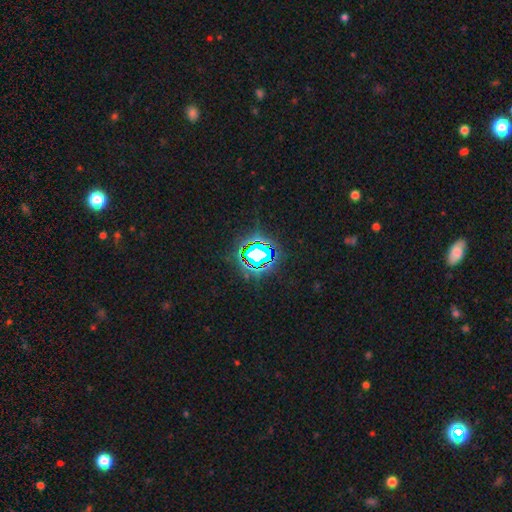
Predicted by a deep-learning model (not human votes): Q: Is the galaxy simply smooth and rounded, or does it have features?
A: star or artifact — 74%.